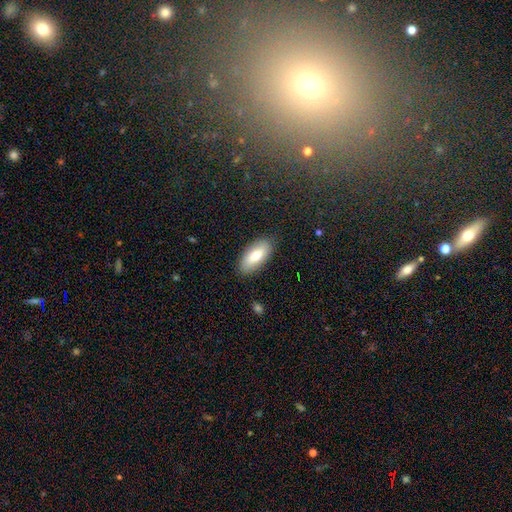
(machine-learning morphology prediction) A smooth galaxy with no disk features (73%) that is in between round and cigar-shaped (87%).

Vote fractions:
- Smooth or featured? smooth: 73% / featured or disk: 21% / star or artifact: 6%
- How rounded? in between: 87% / cigar-shaped: 11% / round: 2%
- Merging? none: 87% / minor disturbance: 9% / major disturbance: 2% / merger: 1%